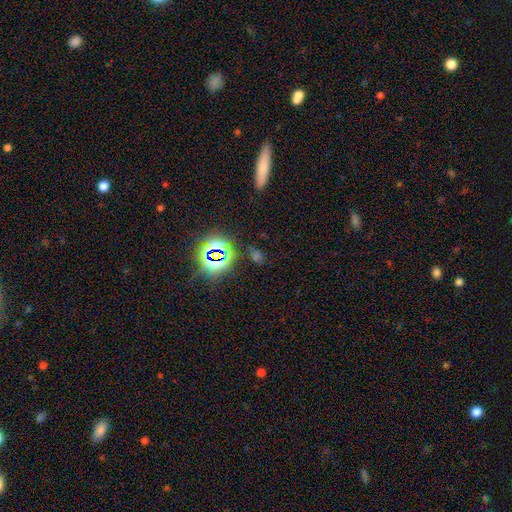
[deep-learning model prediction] Morphology: type=star or artifact (57%).